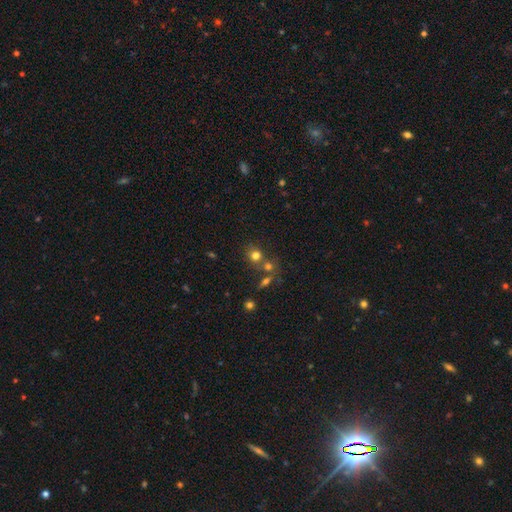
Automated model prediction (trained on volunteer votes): Q: Smooth or featured?
A: smooth (72%); runner-up: star or artifact (17%)
Q: How rounded?
A: round (79%); runner-up: in between (20%)
Q: Merging?
A: none (53%); runner-up: merger (33%)